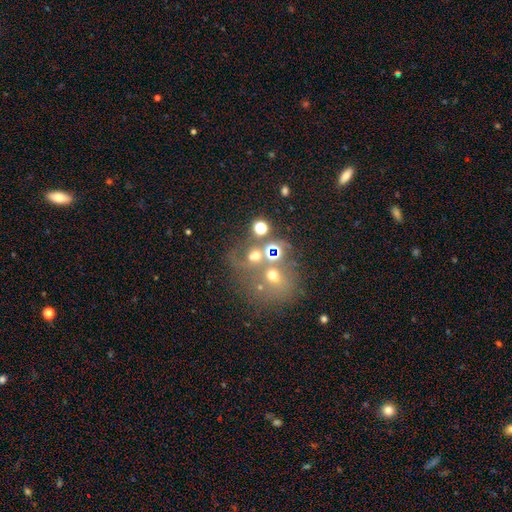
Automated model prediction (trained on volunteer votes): Morphology: type=smooth (47%); merging=none (42%).